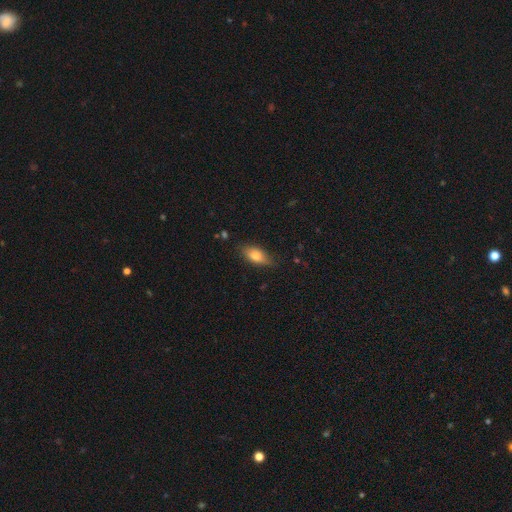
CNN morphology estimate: smooth 74%, featured or disk 18%, star or artifact 8%. Down the decision tree: how rounded — in between (82%); merging — none (77%).